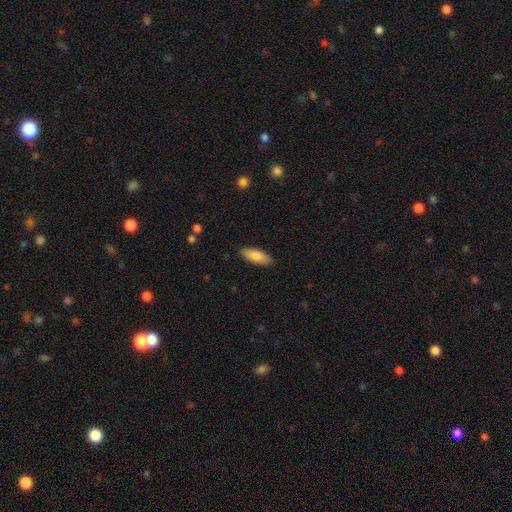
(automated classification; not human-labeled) The model was most divided on "how rounded": in between: 71%, cigar-shaped: 28%, round: 2%. More confident: merging — none (88%); smooth or featured — smooth (85%).